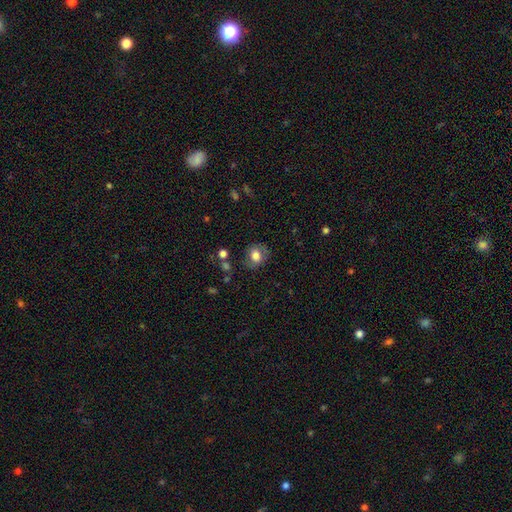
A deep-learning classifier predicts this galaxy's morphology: smooth_or_featured: smooth (p=0.70) [alt: featured or disk p=0.21]
how_rounded: round (p=0.63) [alt: in between p=0.36]
merging: none (p=0.76) [alt: minor disturbance p=0.16]